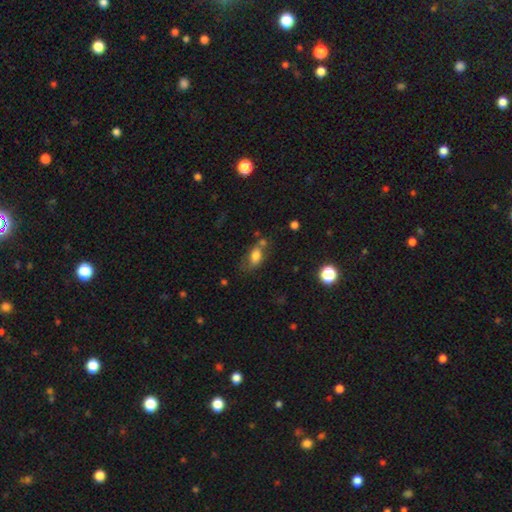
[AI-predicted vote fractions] A smooth galaxy with no disk features (75%) that is in between round and cigar-shaped (83%). Merging: none (47%).